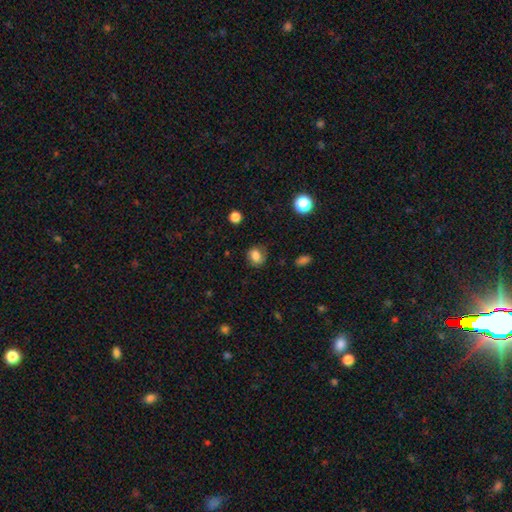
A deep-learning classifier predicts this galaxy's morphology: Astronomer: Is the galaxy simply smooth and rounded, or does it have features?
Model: smooth — 79%.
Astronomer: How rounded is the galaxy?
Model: round — 58% (runner-up: in between, 41%).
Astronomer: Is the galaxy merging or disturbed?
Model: none — 72%.